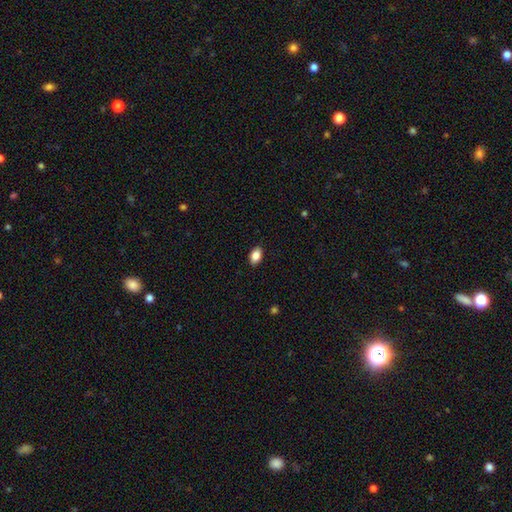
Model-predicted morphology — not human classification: Q: Smooth or featured?
A: smooth (86%); runner-up: star or artifact (8%)
Q: How rounded?
A: in between (89%); runner-up: round (9%)
Q: Merging?
A: none (88%); runner-up: minor disturbance (9%)